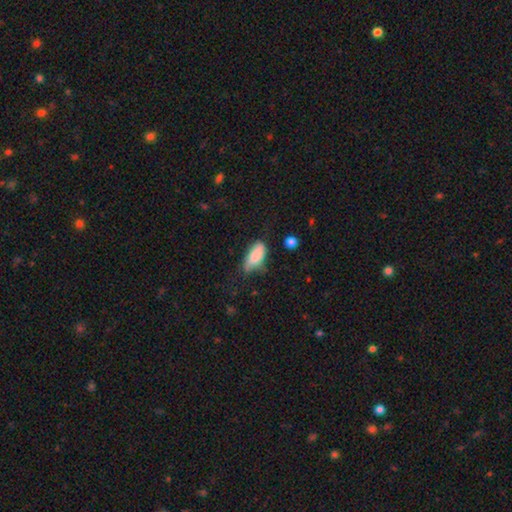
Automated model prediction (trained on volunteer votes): Morphology: type=smooth (82%); roundness=in between (88%); merging=none (44%).